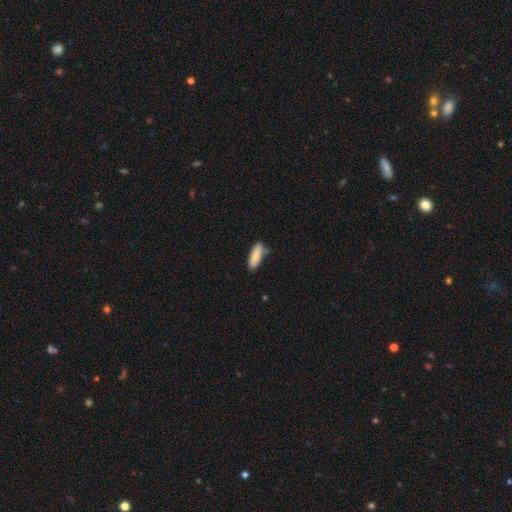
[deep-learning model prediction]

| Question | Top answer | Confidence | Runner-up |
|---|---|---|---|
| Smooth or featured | smooth | 82% | featured or disk (12%) |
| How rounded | in between | 55% | cigar-shaped (43%) |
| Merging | none | 68% | minor disturbance (20%) |